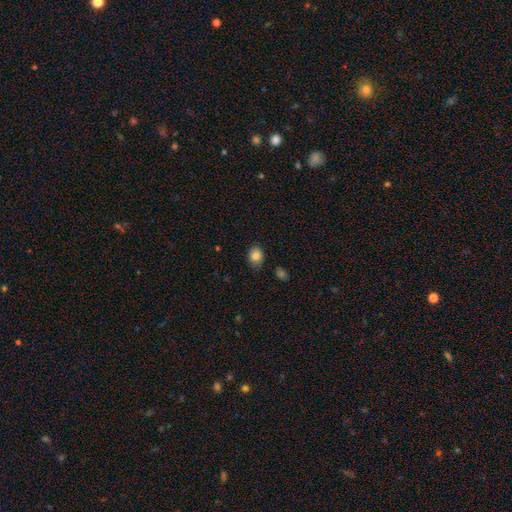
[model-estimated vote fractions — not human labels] smooth-or-featured: smooth: 84% | star or artifact: 10% | featured or disk: 7%
  how-rounded: in between: 52% | round: 47% | cigar-shaped: 1%
  merging: none: 79% | minor disturbance: 16% | major disturbance: 3% | merger: 2%